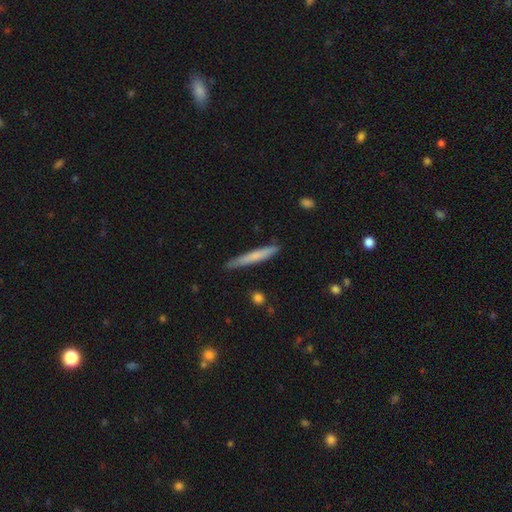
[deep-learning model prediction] smooth 66%, featured or disk 28%, star or artifact 6%. Down the decision tree: how rounded — cigar-shaped (96%); merging — none (83%).